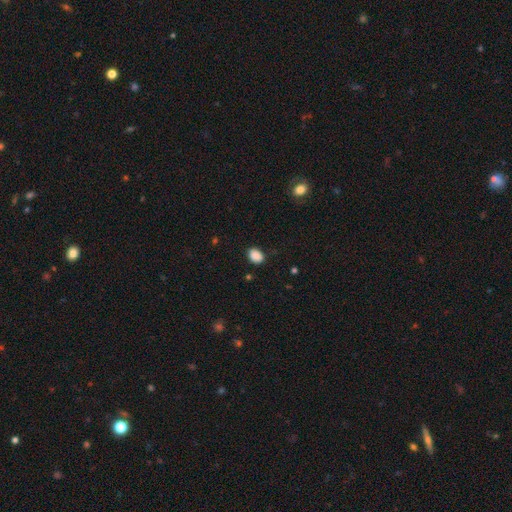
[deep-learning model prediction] This appears to be a smooth galaxy with no disk features (88%) that is in between round and cigar-shaped (72%). Merging: none (84%).